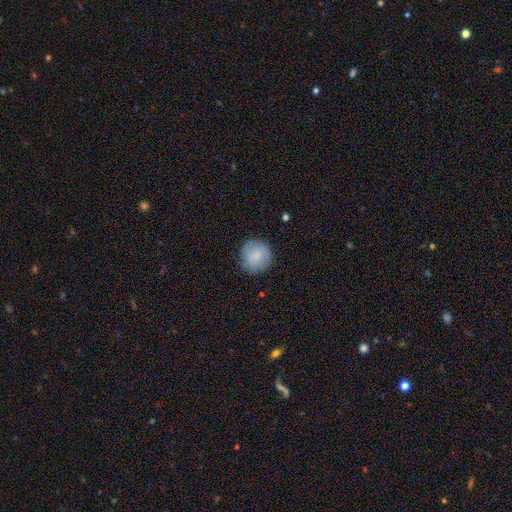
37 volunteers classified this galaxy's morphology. A smooth galaxy with no disk features (76%) that is round (96%).

Vote fractions:
- Smooth or featured? smooth: 76% / featured or disk: 19% / star or artifact: 5%
- How rounded? round: 96% / in between: 4% / cigar-shaped: 0%
- Merging? none: 94% / minor disturbance: 6% / major disturbance: 0% / merger: 0%